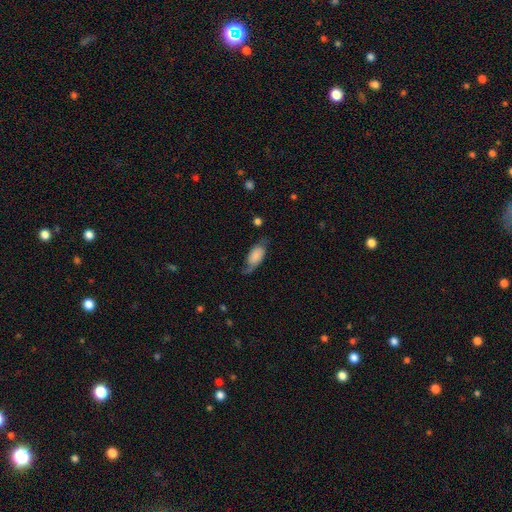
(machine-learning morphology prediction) smooth 50%, featured or disk 42%, star or artifact 8%. Down the decision tree: how rounded — in between (91%); merging — none (54%).